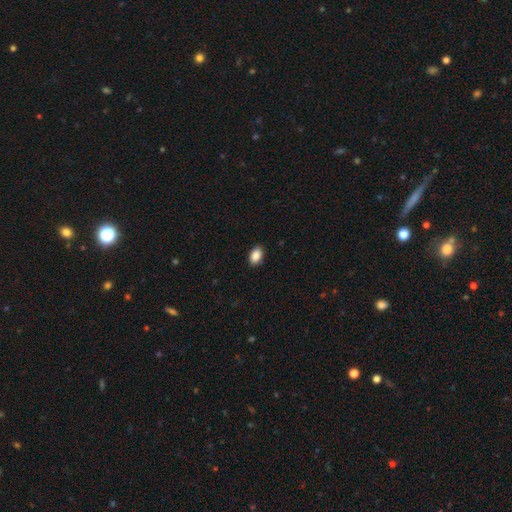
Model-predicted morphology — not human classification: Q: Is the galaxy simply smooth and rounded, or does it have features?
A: smooth — 90%.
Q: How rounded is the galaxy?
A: in between — 88%.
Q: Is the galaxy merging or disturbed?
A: none — 89%.